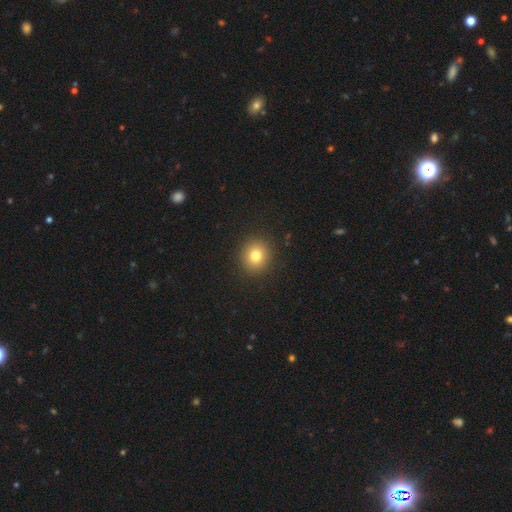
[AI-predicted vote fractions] Q: Smooth or featured?
A: smooth (78%); runner-up: star or artifact (13%)
Q: How rounded?
A: round (86%); runner-up: in between (13%)
Q: Merging?
A: none (91%); runner-up: minor disturbance (6%)